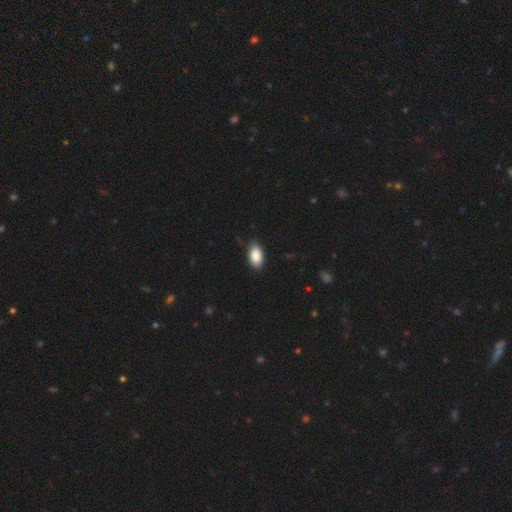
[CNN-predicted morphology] A smooth galaxy with no disk features (87%) that is in between round and cigar-shaped (93%).

Vote fractions:
- Smooth or featured? smooth: 87% / star or artifact: 7% / featured or disk: 6%
- How rounded? in between: 93% / round: 5% / cigar-shaped: 2%
- Merging? none: 84% / minor disturbance: 13% / major disturbance: 2% / merger: 1%